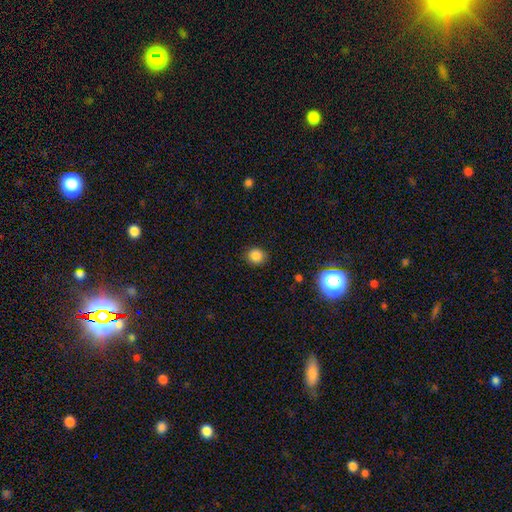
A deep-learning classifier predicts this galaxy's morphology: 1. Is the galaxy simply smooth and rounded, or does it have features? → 84% smooth, 12% star or artifact, 4% featured or disk.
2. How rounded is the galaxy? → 81% round, 18% in between, 1% cigar-shaped.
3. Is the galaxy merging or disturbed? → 86% none, 10% minor disturbance, 3% major disturbance, 1% merger.